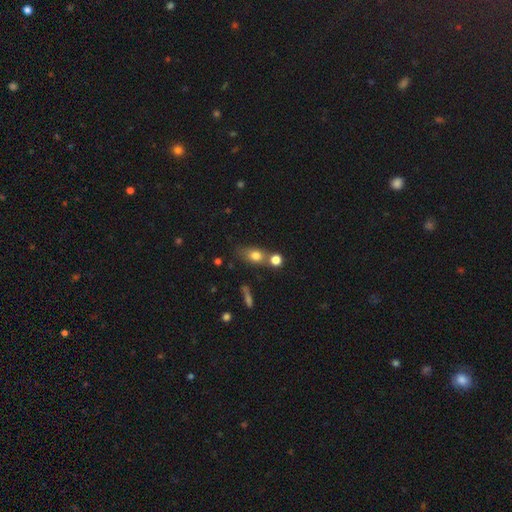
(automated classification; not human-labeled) A smooth galaxy with no disk features (76%) that is in between round and cigar-shaped (62%). Merging: none (50%).